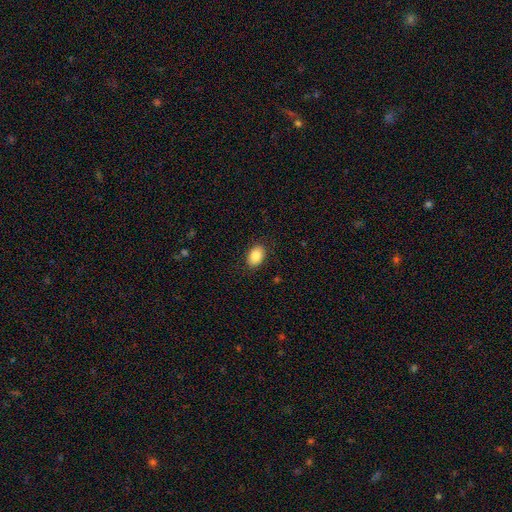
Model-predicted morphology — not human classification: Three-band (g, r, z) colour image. It shows a smooth galaxy with no disk features (86%) that is in between round and cigar-shaped (81%). Merging: none (87%).